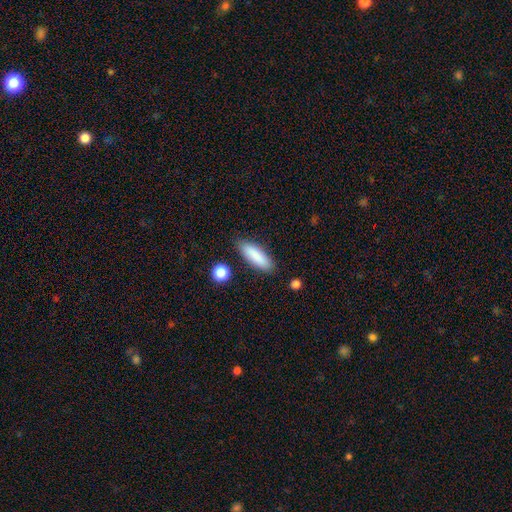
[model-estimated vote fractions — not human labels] Smooth or featured? smooth (85%)
How rounded? cigar-shaped (50%)
Merging? none (85%)